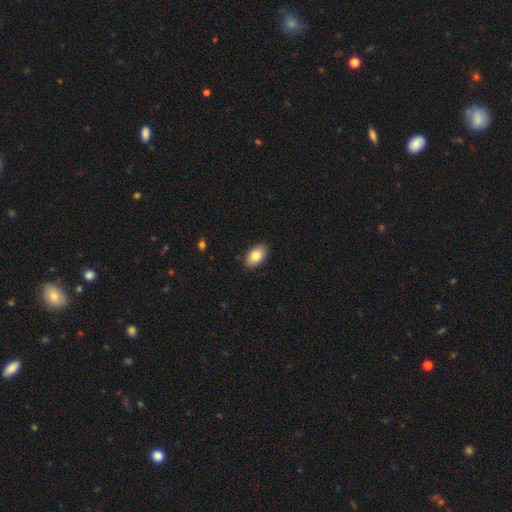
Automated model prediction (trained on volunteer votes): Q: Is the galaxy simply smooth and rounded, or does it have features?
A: smooth — 82%.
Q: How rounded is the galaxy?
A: in between — 92%.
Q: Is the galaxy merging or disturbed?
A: none — 87%.